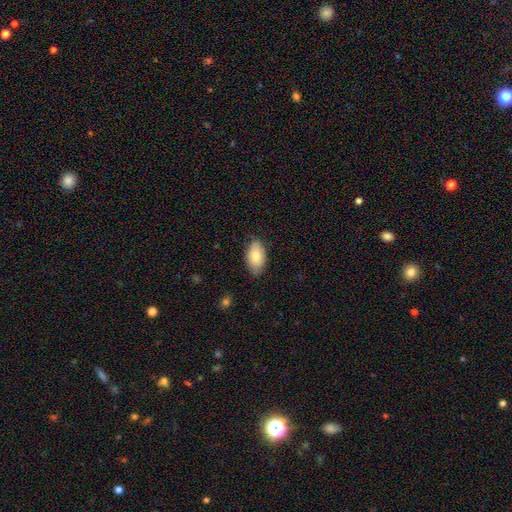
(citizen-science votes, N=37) This appears to be a smooth galaxy with no disk features (84%) that is in between round and cigar-shaped (87%). Merging: none (75%).